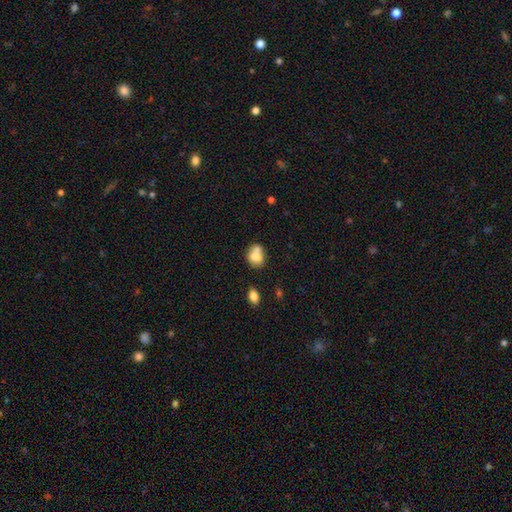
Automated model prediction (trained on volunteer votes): A smooth galaxy with no disk features (71%) that is in between round and cigar-shaped (52%).

Vote fractions:
- Smooth or featured? smooth: 71% / featured or disk: 19% / star or artifact: 9%
- How rounded? in between: 52% / round: 46% / cigar-shaped: 1%
- Merging? merger: 50% / none: 33% / minor disturbance: 12% / major disturbance: 5%